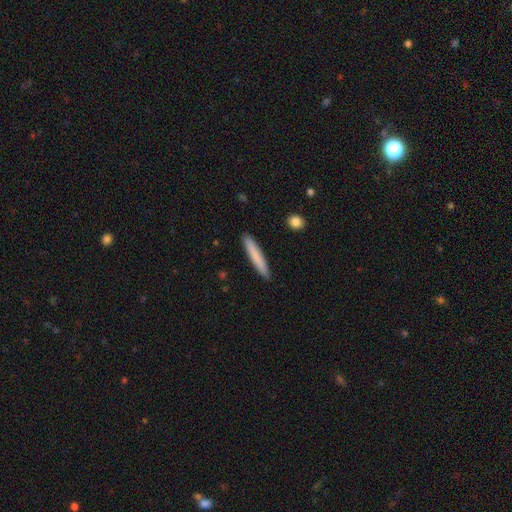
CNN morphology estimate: type=smooth (79%); roundness=cigar-shaped (95%); merging=none (91%).